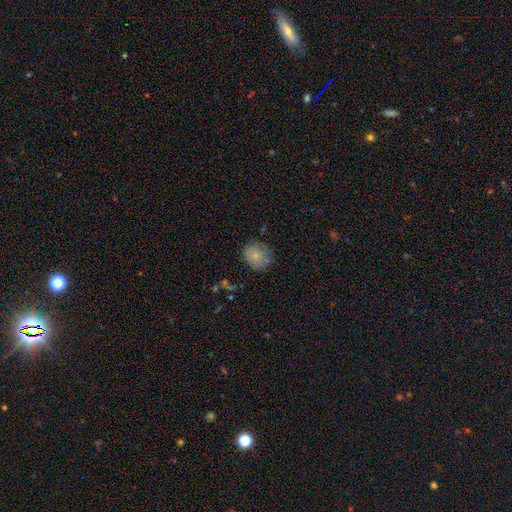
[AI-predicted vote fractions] Q: Smooth or featured?
A: smooth (77%); runner-up: featured or disk (13%)
Q: How rounded?
A: round (75%); runner-up: in between (24%)
Q: Merging?
A: none (77%); runner-up: minor disturbance (17%)